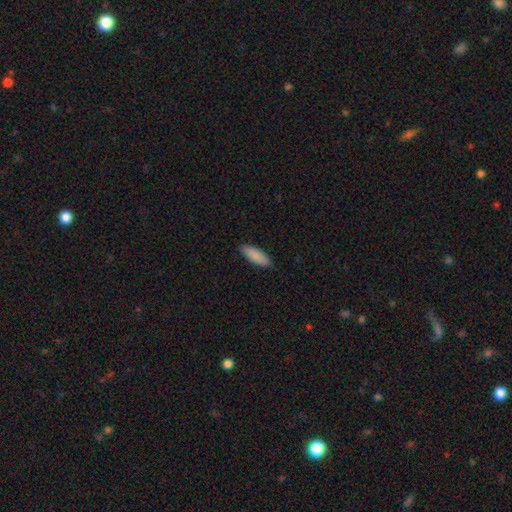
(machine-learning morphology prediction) Smooth or featured: smooth — 90% (star or artifact — 6%)
How rounded: in between — 65% (cigar-shaped — 33%)
Merging: none — 87% (minor disturbance — 10%)